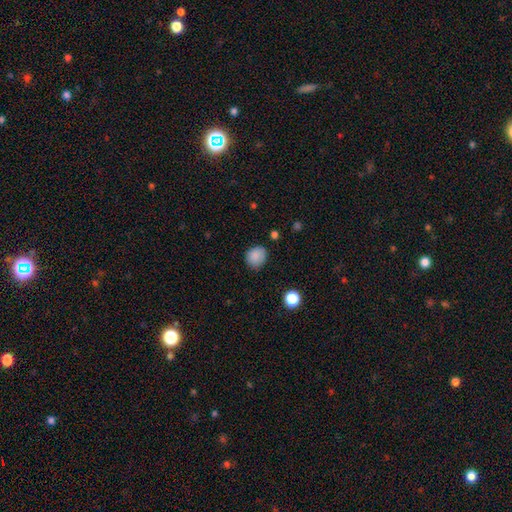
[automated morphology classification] A smooth galaxy with no disk features (86%) that is round (74%). Merging: none (78%).